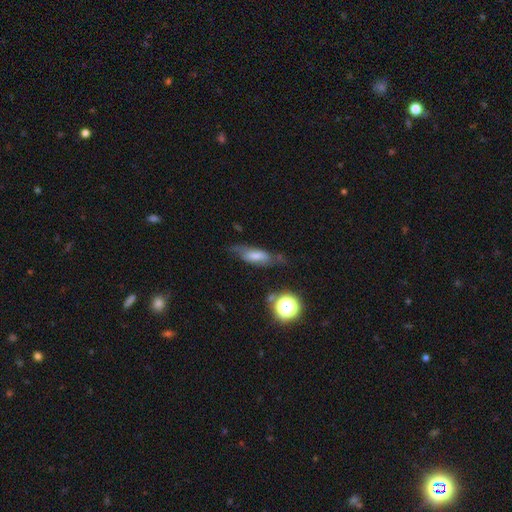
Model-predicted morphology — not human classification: A smooth galaxy with no disk features (48%). Merging: none (55%).